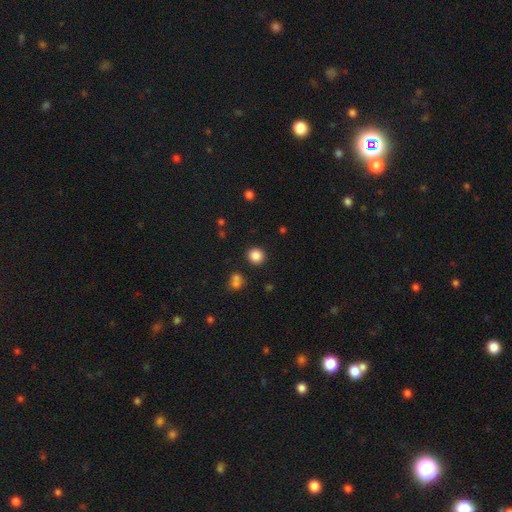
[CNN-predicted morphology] A smooth galaxy with no disk features (85%) that is round (90%).

Vote fractions:
- Smooth or featured? smooth: 85% / star or artifact: 11% / featured or disk: 4%
- How rounded? round: 90% / in between: 9% / cigar-shaped: 1%
- Merging? none: 88% / minor disturbance: 6% / merger: 3% / major disturbance: 2%